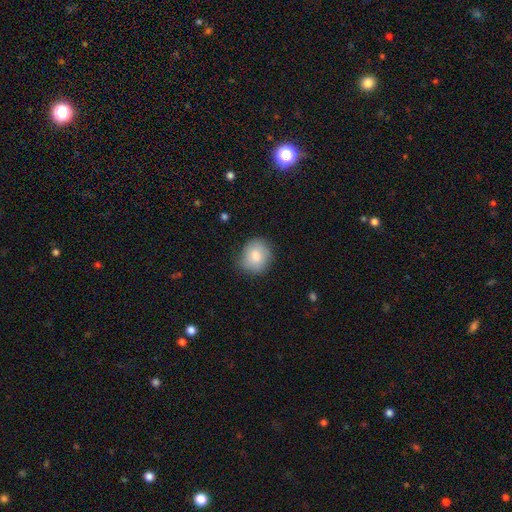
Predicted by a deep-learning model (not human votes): This is likely a smooth galaxy (76%). How rounded: clearly round (81%). Merging: likely none (75%).